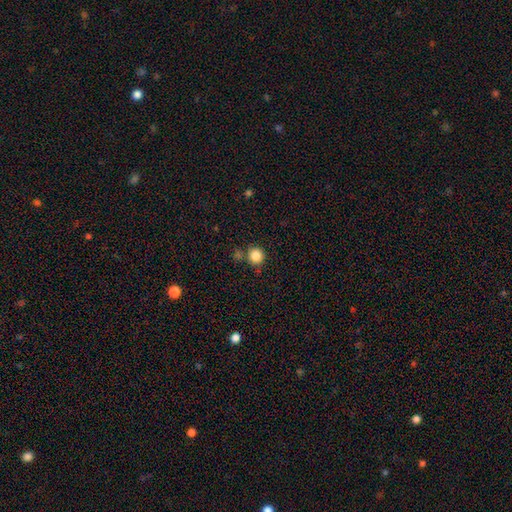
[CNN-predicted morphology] A smooth galaxy with no disk features (85%) that is round (93%). Merging: none (78%).